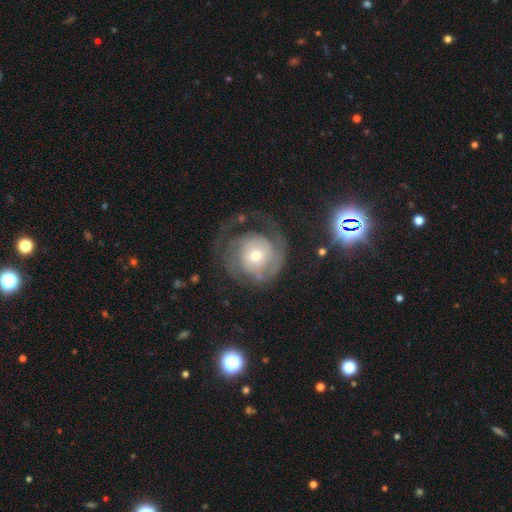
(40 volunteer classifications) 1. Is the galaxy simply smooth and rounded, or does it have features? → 78% featured or disk, 15% smooth, 8% star or artifact.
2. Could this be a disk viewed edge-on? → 97% no, 3% yes.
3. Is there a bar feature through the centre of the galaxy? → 70% no, 30% weak, 0% strong.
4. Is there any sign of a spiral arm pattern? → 97% yes, 3% no.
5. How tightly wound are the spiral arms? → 72% tight, 21% medium, 7% loose.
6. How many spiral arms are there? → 48% 1, 28% 2, 21% can't tell, 3% 3, 0% 4, 0% more than 4.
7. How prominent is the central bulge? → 83% small, 17% moderate, 0% dominant, 0% large, 0% none.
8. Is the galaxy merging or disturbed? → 70% none, 16% major disturbance, 14% minor disturbance, 0% merger.